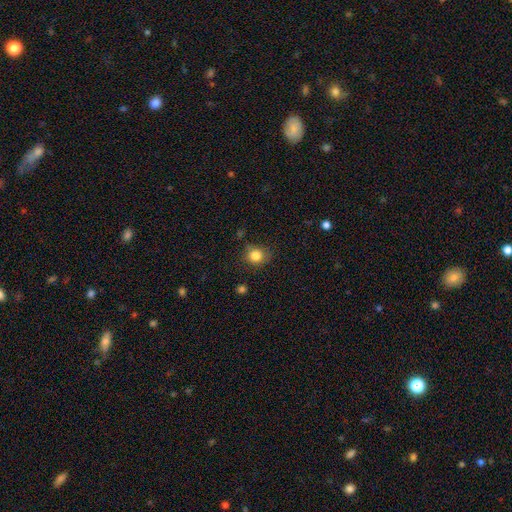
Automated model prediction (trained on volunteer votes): Morphology: type=smooth (82%); roundness=round (78%); merging=none (76%).